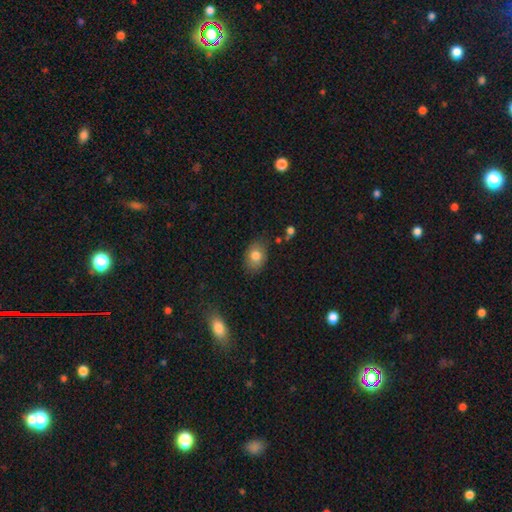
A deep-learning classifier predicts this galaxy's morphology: Smooth or featured? smooth (80%)
How rounded? in between (73%)
Merging? none (81%)